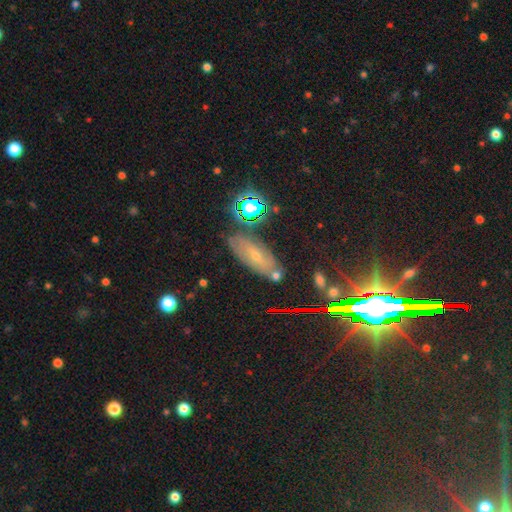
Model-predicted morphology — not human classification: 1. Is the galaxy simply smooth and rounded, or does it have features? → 42% featured or disk, 35% smooth, 22% star or artifact.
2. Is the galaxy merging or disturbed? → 75% none, 16% minor disturbance, 5% merger, 4% major disturbance.